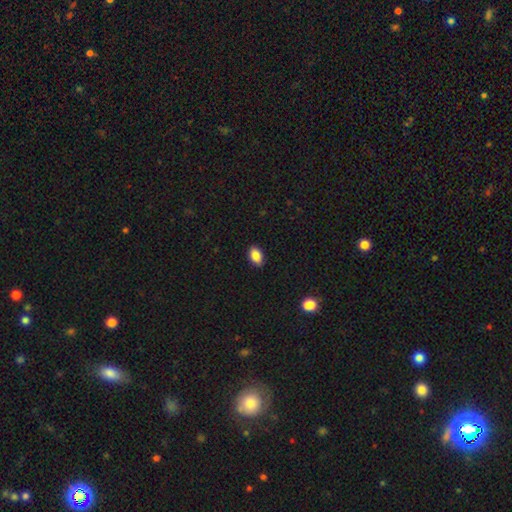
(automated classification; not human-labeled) Morphology: type=smooth (87%); roundness=in between (89%); merging=none (88%).